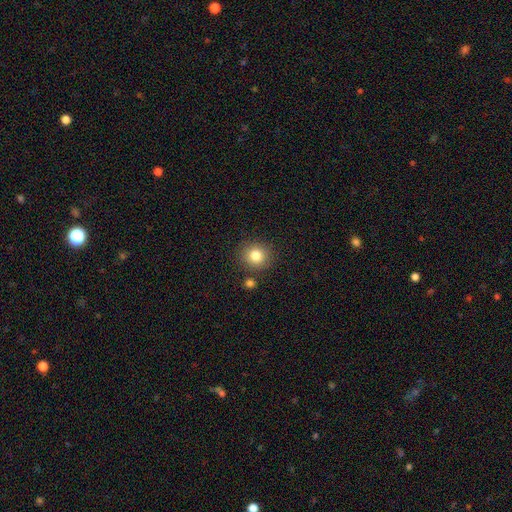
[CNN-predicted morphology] The model was most divided on "smooth or featured": smooth: 82%, star or artifact: 11%, featured or disk: 7%. More confident: how rounded — round (89%); merging — none (84%).